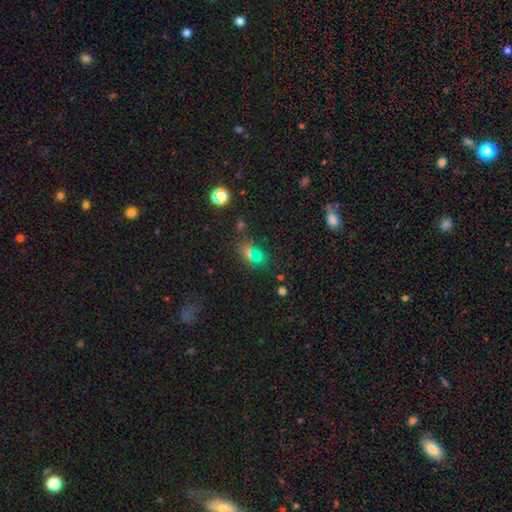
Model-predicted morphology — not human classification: Q: Smooth or featured?
A: smooth (55%); runner-up: star or artifact (36%)
Q: How rounded?
A: in between (64%); runner-up: round (31%)
Q: Merging?
A: none (74%); runner-up: minor disturbance (13%)